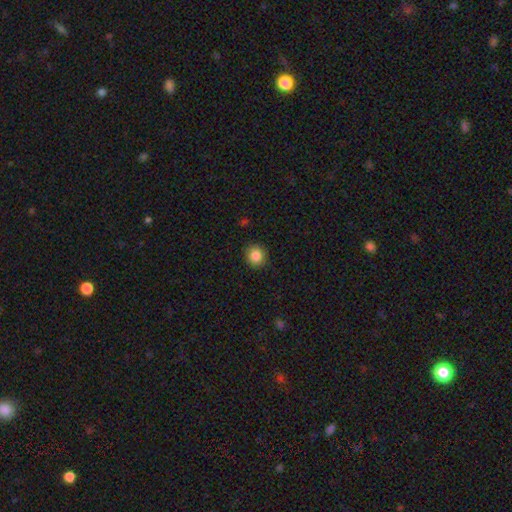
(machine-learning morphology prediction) Smooth or featured?
  - smooth: 86% *
  - star or artifact: 10%
  - featured or disk: 4%
How rounded?
  - round: 88% *
  - in between: 11%
  - cigar-shaped: 1%
Merging?
  - none: 89% *
  - minor disturbance: 7%
  - major disturbance: 2%
  - merger: 1%